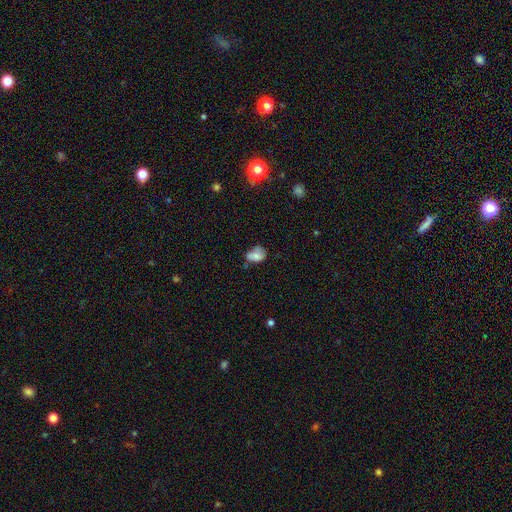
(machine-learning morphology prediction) Smooth or featured? Predicted: smooth (p=0.70). How rounded? Predicted: in between (p=0.77). Merging? Predicted: none (p=0.39).